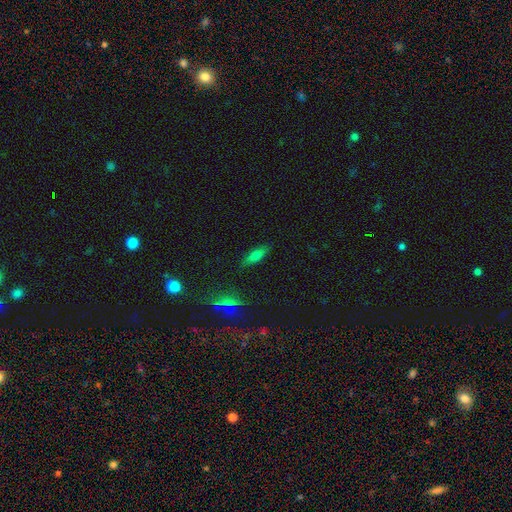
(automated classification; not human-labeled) Overall: smooth (64%). How rounded: in between (58%; cigar-shaped 39%). Merging: none (84%).